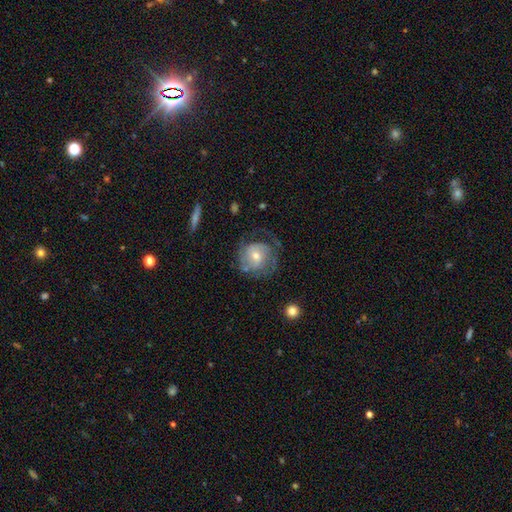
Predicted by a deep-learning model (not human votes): A featured or disk galaxy (69%) with no bar (54%), 2 (42%) tight (45%) spiral arms (86%) and a moderate central bulge (50%). Merging: none (53%).